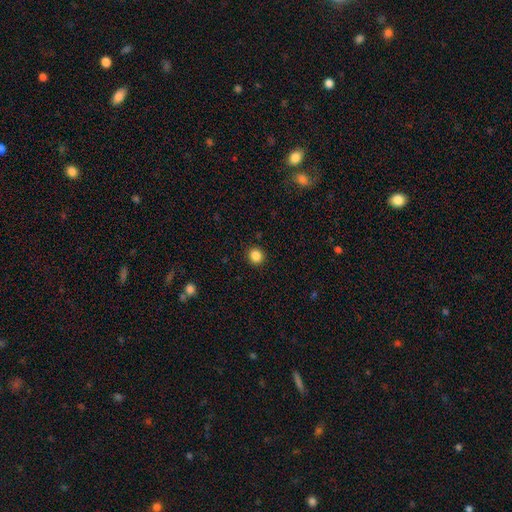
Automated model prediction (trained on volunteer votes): smooth-or-featured: smooth: 86% | star or artifact: 11% | featured or disk: 3%
  how-rounded: round: 85% | in between: 14% | cigar-shaped: 1%
  merging: none: 92% | minor disturbance: 5% | major disturbance: 2% | merger: 1%